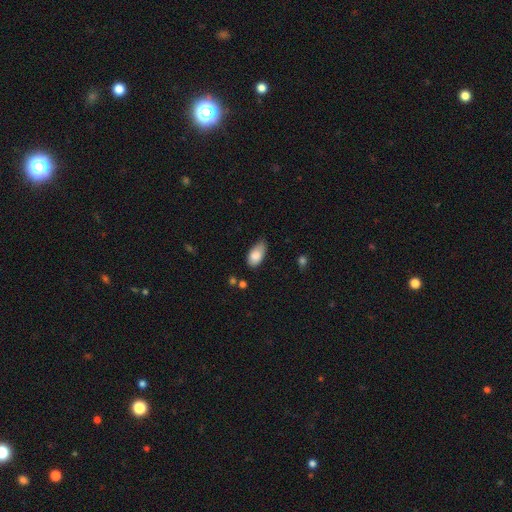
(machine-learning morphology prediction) Q: Smooth or featured?
A: smooth (84%); runner-up: featured or disk (9%)
Q: How rounded?
A: in between (93%); runner-up: round (4%)
Q: Merging?
A: none (53%); runner-up: minor disturbance (37%)